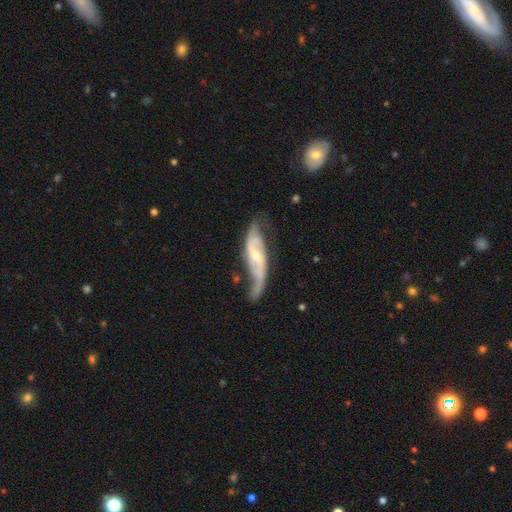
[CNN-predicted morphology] type=featured or disk (82%); edge-on=no (86%); bar=weak (42%); spiral arms=yes (93%); winding=loose (51%); arm count=2 (84%); bulge=small (58%); merging=none (47%).